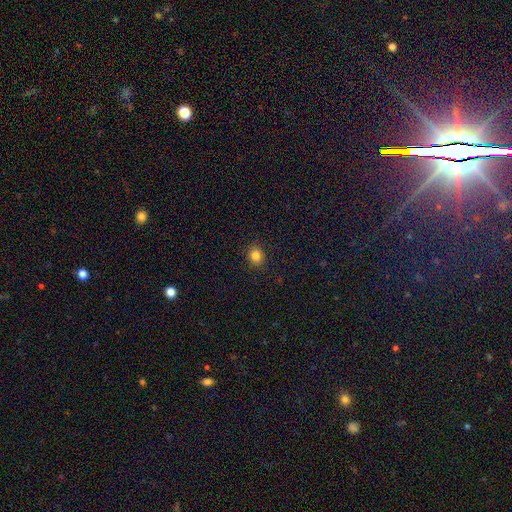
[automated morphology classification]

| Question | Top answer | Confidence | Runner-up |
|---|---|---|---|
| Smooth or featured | smooth | 83% | star or artifact (11%) |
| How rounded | round | 69% | in between (30%) |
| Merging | none | 90% | minor disturbance (7%) |